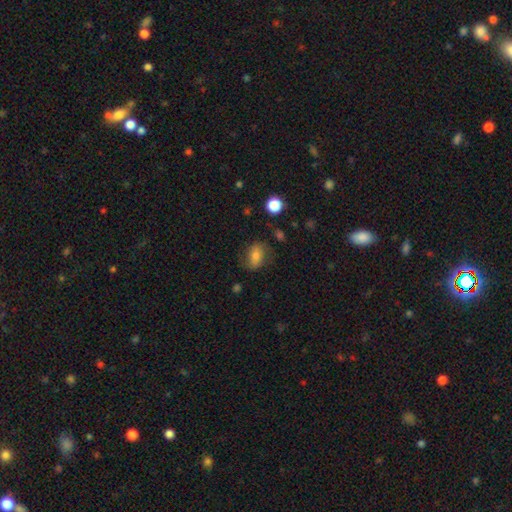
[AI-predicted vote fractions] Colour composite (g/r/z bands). It shows a smooth galaxy with no disk features (64%) that is in between round and cigar-shaped (74%). Merging: none (69%).